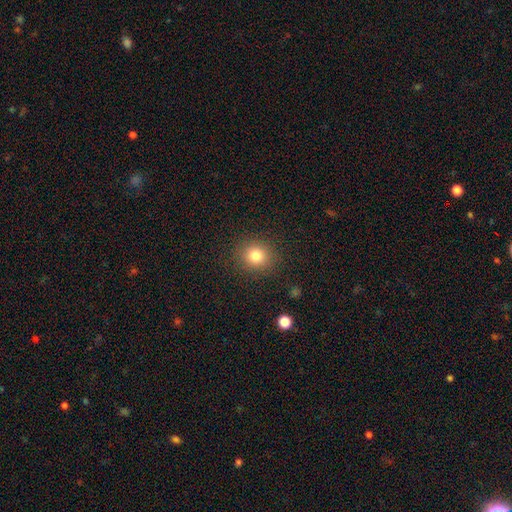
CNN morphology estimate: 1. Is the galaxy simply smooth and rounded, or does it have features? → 80% smooth, 13% star or artifact, 7% featured or disk.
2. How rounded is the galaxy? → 82% round, 17% in between, 1% cigar-shaped.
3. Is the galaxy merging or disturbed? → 88% none, 7% minor disturbance, 3% major disturbance, 1% merger.